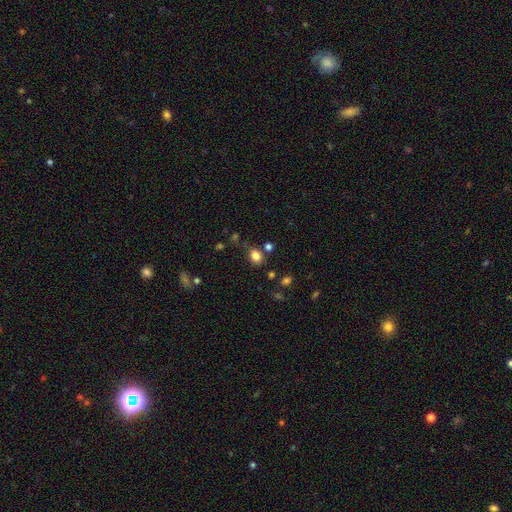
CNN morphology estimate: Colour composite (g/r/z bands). It shows a smooth galaxy with no disk features (82%) that is in between round and cigar-shaped (55%). Merging: none (74%).